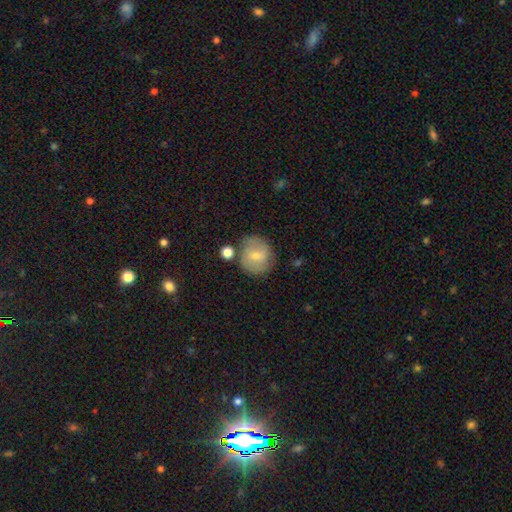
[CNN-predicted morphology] Smooth or featured?
  - smooth: 59% *
  - featured or disk: 33%
  - star or artifact: 8%
How rounded?
  - round: 84% *
  - in between: 14%
  - cigar-shaped: 1%
Merging?
  - none: 68% *
  - minor disturbance: 17%
  - merger: 10%
  - major disturbance: 5%